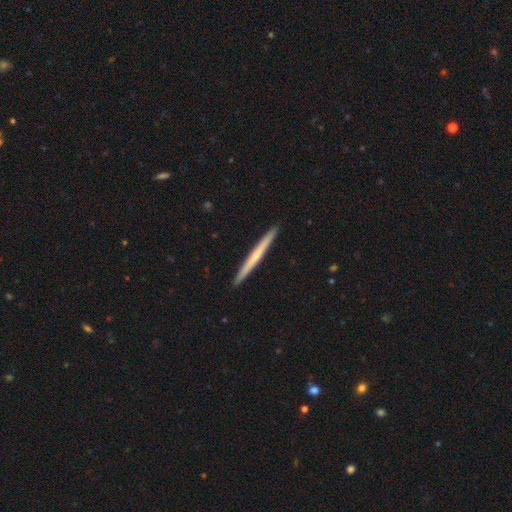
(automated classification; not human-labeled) Overall: featured or disk (53%; smooth 42%). Edge-on disk: yes (98%). Edge-on bulge: none (67%; rounded 29%). Merging: none (93%).